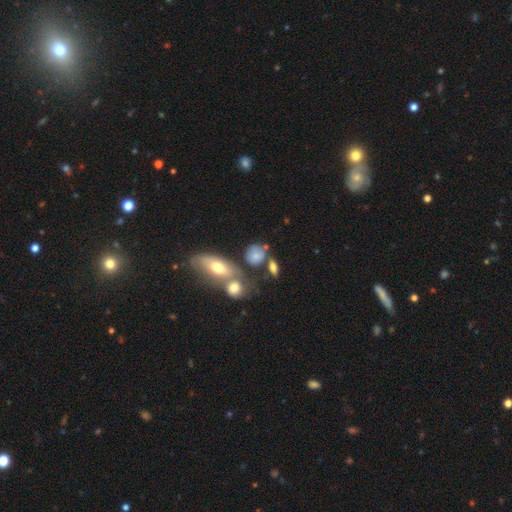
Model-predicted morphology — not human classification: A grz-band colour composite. It shows a smooth galaxy with no disk features (72%) that is round (59%). Merging: none (50%).